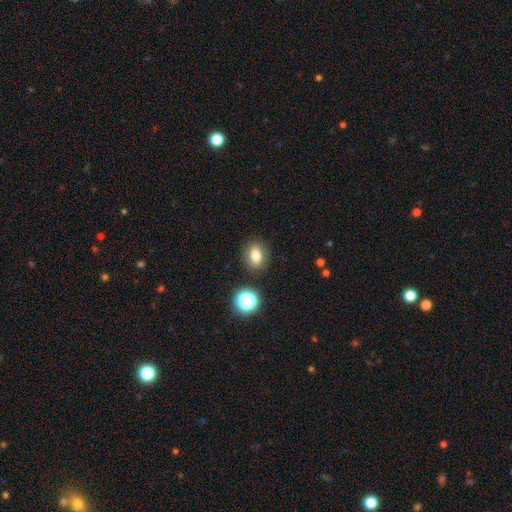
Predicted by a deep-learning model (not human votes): Smooth or featured? Predicted: smooth (p=0.76). How rounded? Predicted: in between (p=0.64). Merging? Predicted: none (p=0.85).